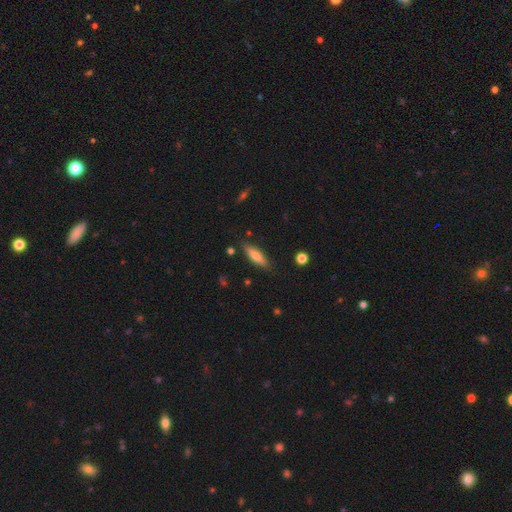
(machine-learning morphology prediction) smooth 62%, featured or disk 31%, star or artifact 7%. Down the decision tree: how rounded — cigar-shaped (69%); merging — none (84%).